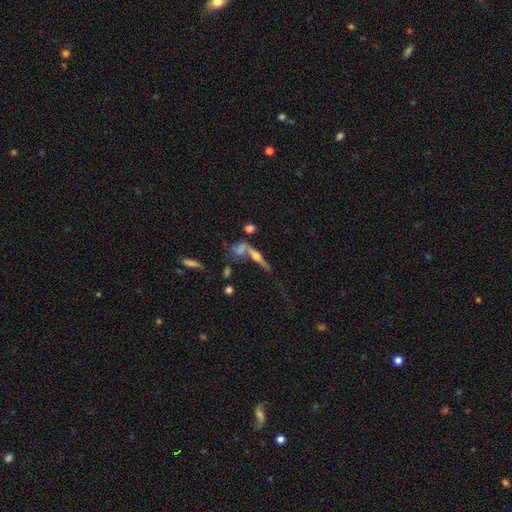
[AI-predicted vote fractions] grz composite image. It shows a featured or disk galaxy (67%) viewed edge-on (88%) with a rounded central bulge (92%). Merging: none (50%).